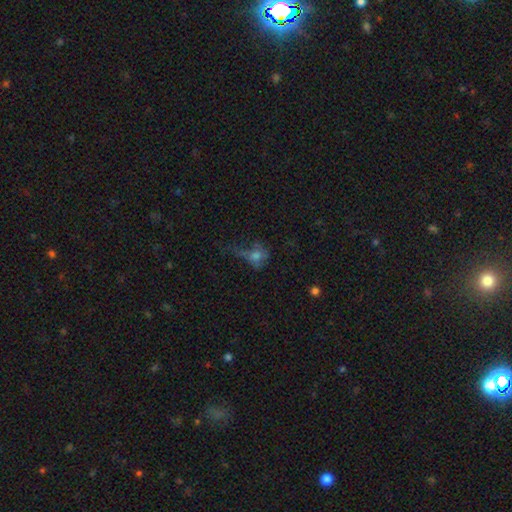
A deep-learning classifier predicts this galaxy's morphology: This is possibly a smooth galaxy (54%). How rounded: possibly round (53%). Merging: marginally major disturbance (44%).